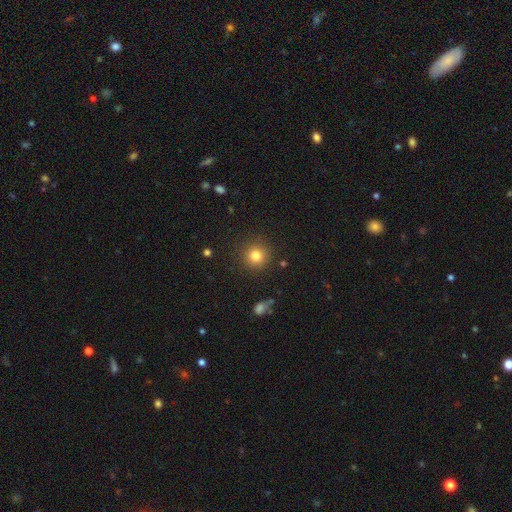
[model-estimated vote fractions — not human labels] This is clearly a smooth galaxy (81%). How rounded: clearly round (94%). Merging: clearly none (89%).